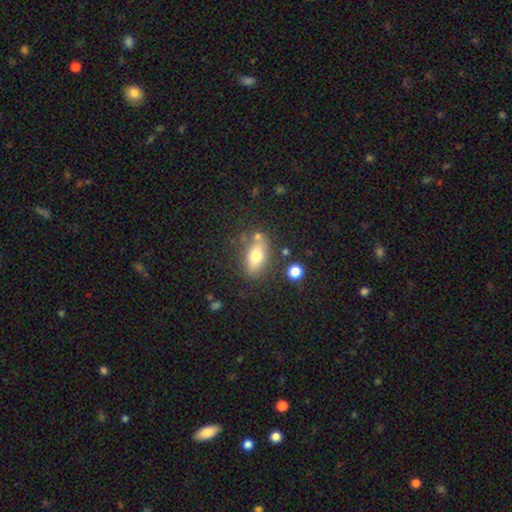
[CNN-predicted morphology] smooth_or_featured: smooth (p=0.69) [alt: featured or disk p=0.22]
how_rounded: in between (p=0.81) [alt: cigar-shaped p=0.12]
merging: none (p=0.70) [alt: minor disturbance p=0.15]